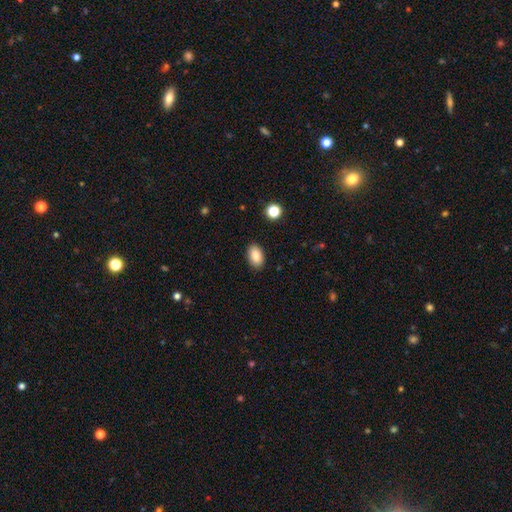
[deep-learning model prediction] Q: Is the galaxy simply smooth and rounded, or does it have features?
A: smooth — 86%.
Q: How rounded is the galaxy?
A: in between — 91%.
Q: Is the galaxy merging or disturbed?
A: none — 88%.